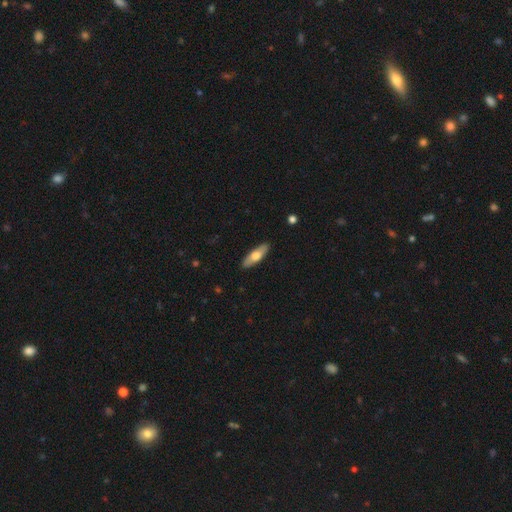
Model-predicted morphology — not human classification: A smooth galaxy with no disk features (63%) that is cigar-shaped (50%).

Vote fractions:
- Smooth or featured? smooth: 63% / featured or disk: 32% / star or artifact: 5%
- How rounded? cigar-shaped: 50% / in between: 47% / round: 2%
- Merging? none: 90% / minor disturbance: 8% / major disturbance: 2% / merger: 1%